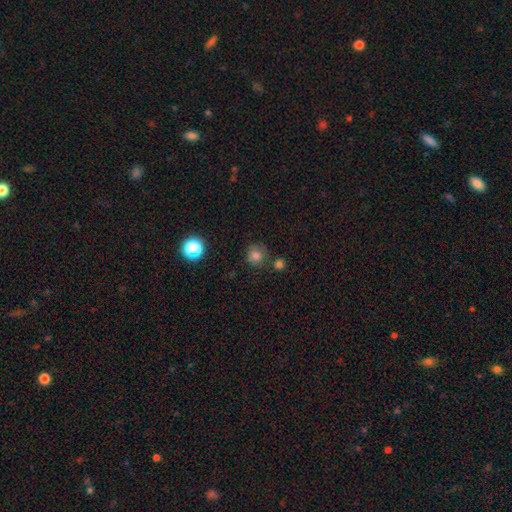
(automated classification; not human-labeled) Smooth or featured? Predicted: smooth (p=0.77). How rounded? Predicted: round (p=0.92). Merging? Predicted: none (p=0.75).